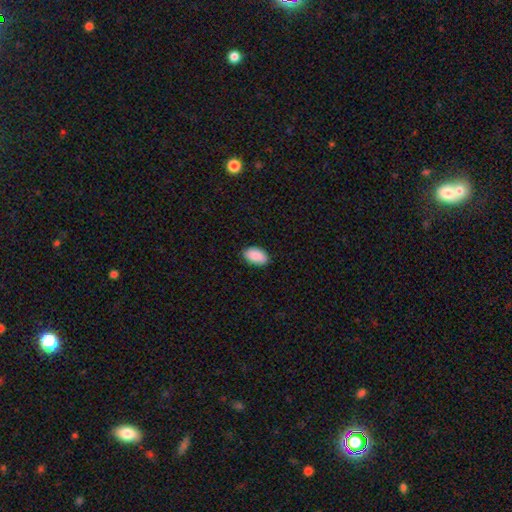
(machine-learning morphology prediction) Smooth or featured? smooth (91%)
How rounded? in between (95%)
Merging? none (86%)